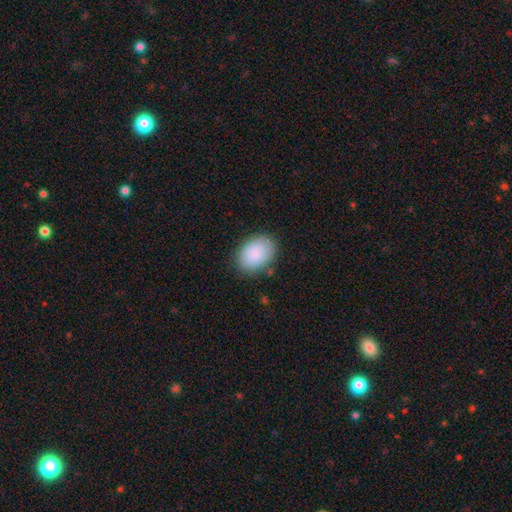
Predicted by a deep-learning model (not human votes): Overall: smooth (89%). How rounded: in between (83%). Merging: none (84%).